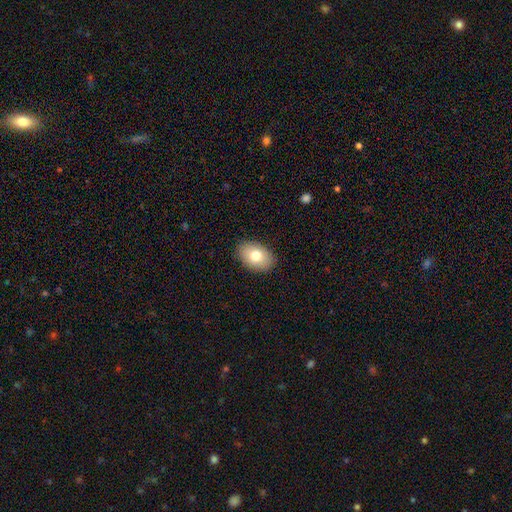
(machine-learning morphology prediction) Smooth or featured?
  - smooth: 78% *
  - featured or disk: 15%
  - star or artifact: 7%
How rounded?
  - in between: 87% *
  - round: 12%
  - cigar-shaped: 1%
Merging?
  - none: 88% *
  - minor disturbance: 9%
  - major disturbance: 2%
  - merger: 1%